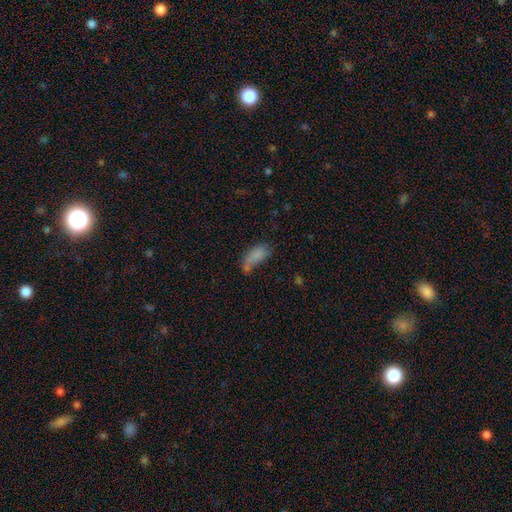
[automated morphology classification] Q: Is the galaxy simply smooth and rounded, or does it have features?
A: smooth — 78%.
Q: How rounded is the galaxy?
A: in between — 83%.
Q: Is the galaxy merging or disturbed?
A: none — 37%.